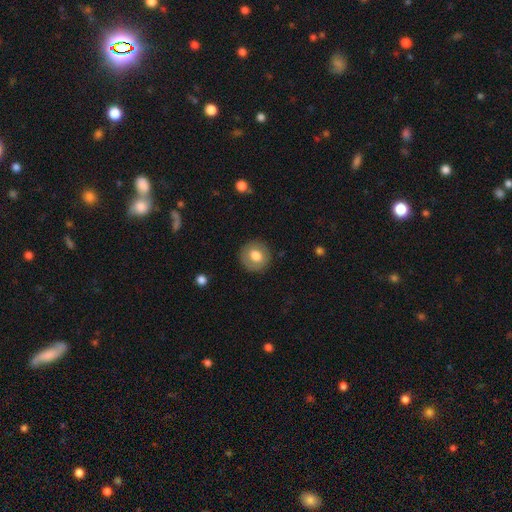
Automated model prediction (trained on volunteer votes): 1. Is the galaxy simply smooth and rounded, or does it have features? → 73% smooth, 19% featured or disk, 8% star or artifact.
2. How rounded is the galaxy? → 90% round, 9% in between, 1% cigar-shaped.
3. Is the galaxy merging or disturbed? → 87% none, 9% minor disturbance, 3% major disturbance, 1% merger.